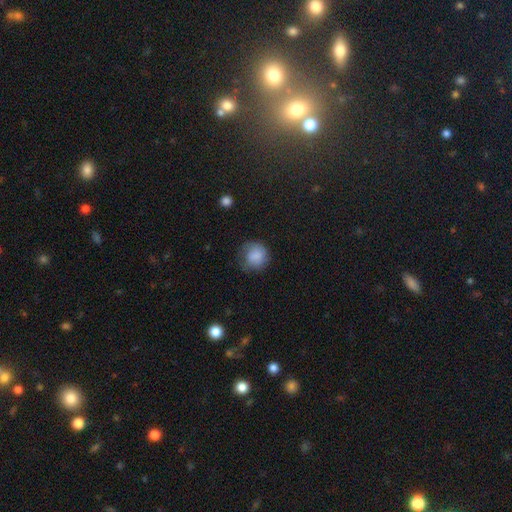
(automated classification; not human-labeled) Q: Smooth or featured?
A: smooth (82%); runner-up: featured or disk (10%)
Q: How rounded?
A: round (85%); runner-up: in between (14%)
Q: Merging?
A: none (63%); runner-up: minor disturbance (25%)